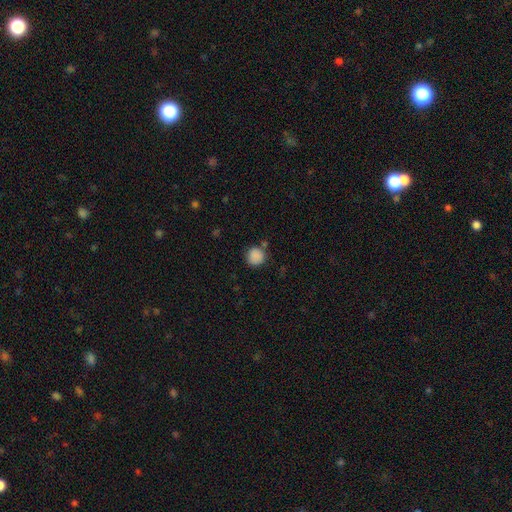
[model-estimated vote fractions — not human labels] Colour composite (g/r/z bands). It shows a smooth galaxy with no disk features (87%) that is round (90%). Merging: none (75%).